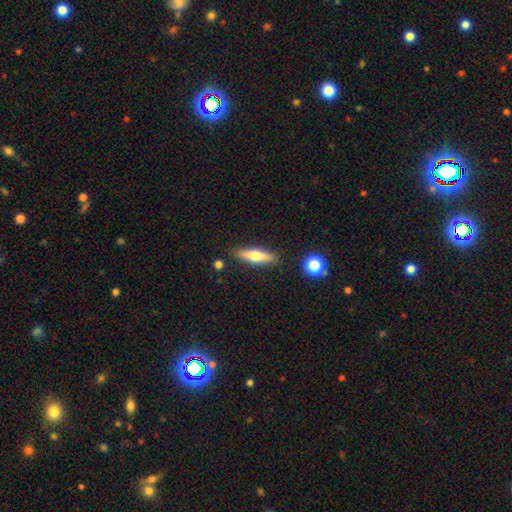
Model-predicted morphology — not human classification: A smooth galaxy with no disk features (54%) that is cigar-shaped (61%). Merging: none (86%).